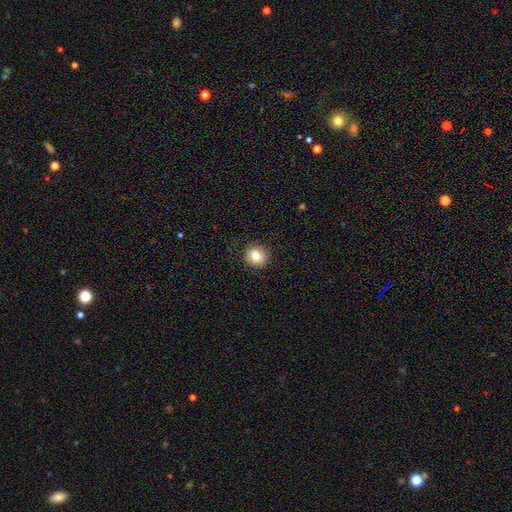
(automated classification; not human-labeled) Overall: smooth (83%). How rounded: round (80%). Merging: none (82%).